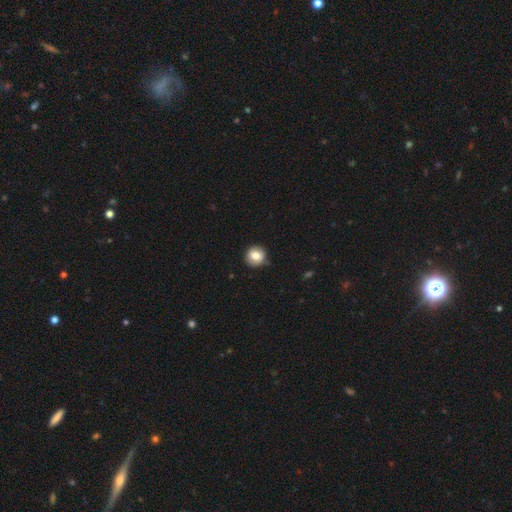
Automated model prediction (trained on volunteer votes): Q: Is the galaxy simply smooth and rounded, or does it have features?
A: smooth — 81%.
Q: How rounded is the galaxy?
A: round — 91%.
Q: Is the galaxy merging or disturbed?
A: none — 85%.